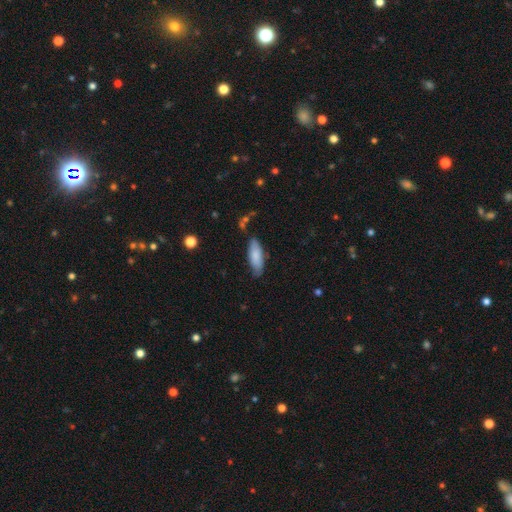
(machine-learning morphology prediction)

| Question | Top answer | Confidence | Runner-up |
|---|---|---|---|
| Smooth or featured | smooth | 81% | featured or disk (13%) |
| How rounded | in between | 67% | cigar-shaped (31%) |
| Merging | none | 74% | minor disturbance (20%) |